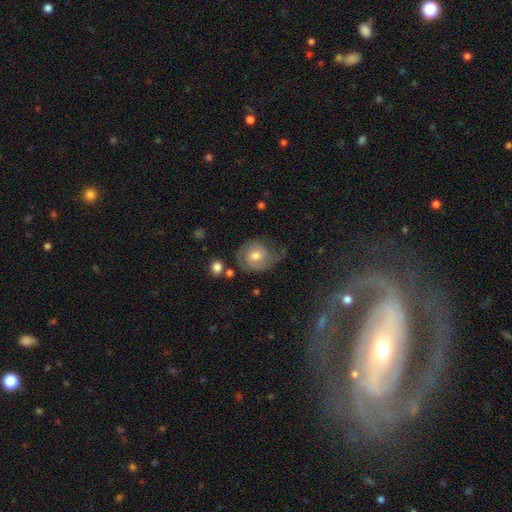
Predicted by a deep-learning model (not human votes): Smooth or featured? featured or disk (63%)
Edge-on disk? no (97%)
Bar? no (71%)
Spiral arms? yes (88%)
Spiral winding? tight (49%)
Spiral arm count? 2 (59%)
Bulge size? moderate (71%)
Merging? none (50%)